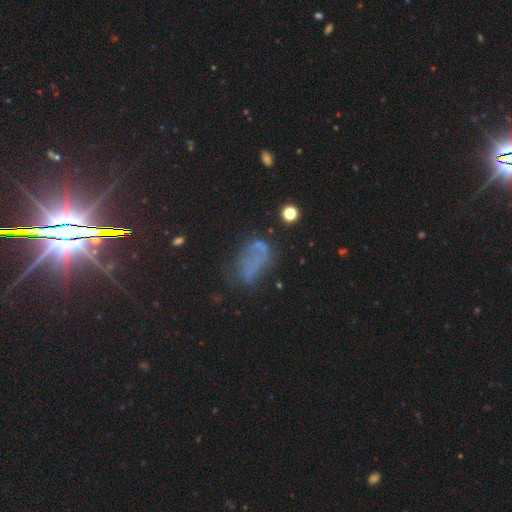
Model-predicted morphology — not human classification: The model was most divided on "smooth or featured": smooth: 39%, star or artifact: 30%, featured or disk: 30%. Remaining: merging — none (45%).